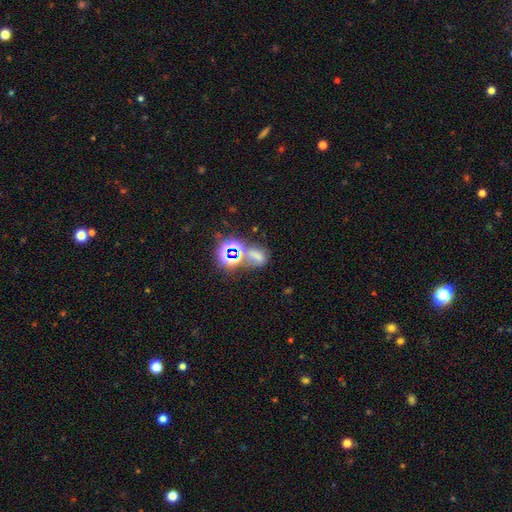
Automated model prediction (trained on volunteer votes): A smooth galaxy with no disk features (45%).

Vote fractions:
- Smooth or featured? smooth: 45% / star or artifact: 42% / featured or disk: 12%
- Merging? none: 41% / merger: 30% / minor disturbance: 15% / major disturbance: 14%